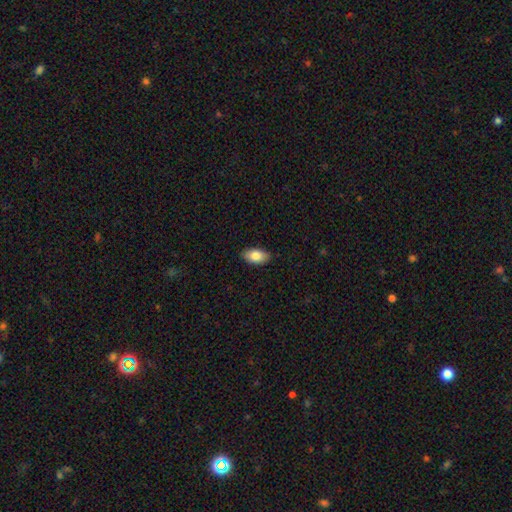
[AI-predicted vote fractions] Smooth or featured?
  - smooth: 84% *
  - featured or disk: 10%
  - star or artifact: 7%
How rounded?
  - in between: 93% *
  - round: 4%
  - cigar-shaped: 2%
Merging?
  - none: 88% *
  - minor disturbance: 10%
  - major disturbance: 2%
  - merger: 1%